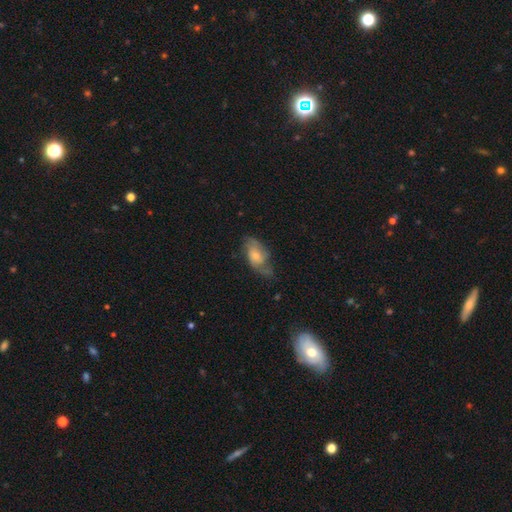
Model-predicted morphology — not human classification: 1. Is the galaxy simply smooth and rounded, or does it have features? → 57% featured or disk, 37% smooth, 7% star or artifact.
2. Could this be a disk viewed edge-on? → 93% no, 7% yes.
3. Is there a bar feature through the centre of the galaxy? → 68% no, 28% weak, 4% strong.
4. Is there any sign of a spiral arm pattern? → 83% yes, 17% no.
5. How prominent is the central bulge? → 45% moderate, 43% small, 6% large, 5% none, 1% dominant.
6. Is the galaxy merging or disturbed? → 53% none, 29% minor disturbance, 16% major disturbance, 2% merger.